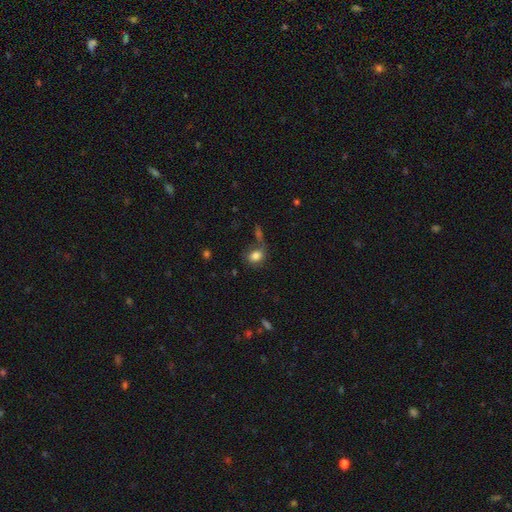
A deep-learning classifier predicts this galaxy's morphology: The model was most divided on "how rounded": in between: 65%, round: 34%, cigar-shaped: 2%. More confident: smooth or featured — smooth (81%); merging — none (53%).